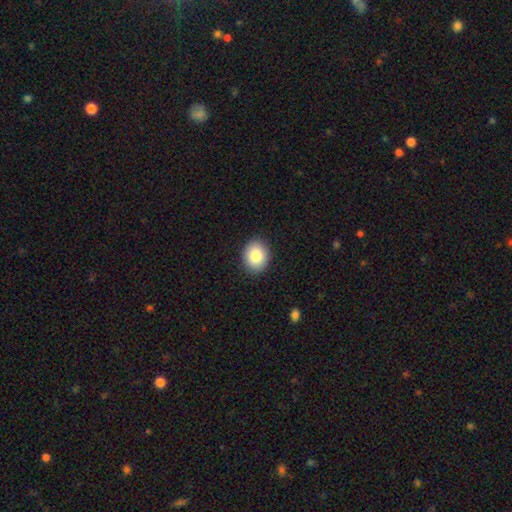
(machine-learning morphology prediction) smooth 86%, star or artifact 8%, featured or disk 7%. Down the decision tree: how rounded — round (50%); merging — none (89%).